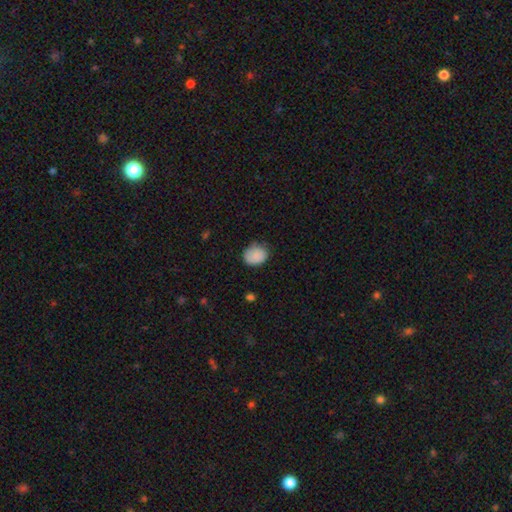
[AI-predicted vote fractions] This appears to be a smooth galaxy with no disk features (86%) that is round (54%). Merging: none (65%).